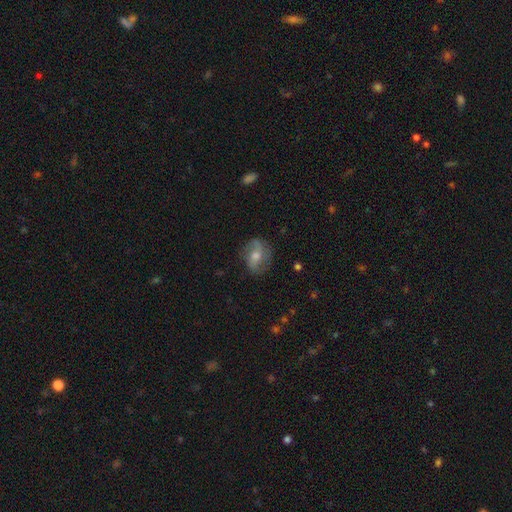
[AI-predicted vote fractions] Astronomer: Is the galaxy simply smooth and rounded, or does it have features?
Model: featured or disk — 64%.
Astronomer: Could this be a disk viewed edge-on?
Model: no — 96%.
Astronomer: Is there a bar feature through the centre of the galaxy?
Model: no — 44% (runner-up: weak, 41%).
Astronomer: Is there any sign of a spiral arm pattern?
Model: yes — 86%.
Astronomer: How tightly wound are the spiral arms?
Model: medium — 42% (runner-up: loose, 36%).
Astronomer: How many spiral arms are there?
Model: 2 — 76%.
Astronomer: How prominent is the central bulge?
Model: moderate — 64%.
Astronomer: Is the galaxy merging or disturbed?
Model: none — 73%.